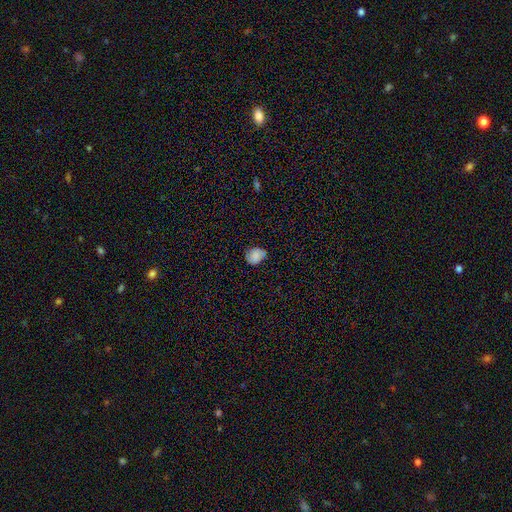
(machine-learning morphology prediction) type=smooth (77%); roundness=round (61%); merging=none (68%).